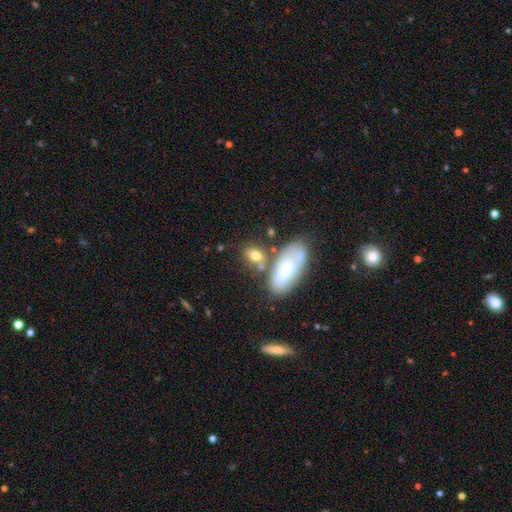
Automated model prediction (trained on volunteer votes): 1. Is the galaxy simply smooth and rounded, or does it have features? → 71% smooth, 20% featured or disk, 8% star or artifact.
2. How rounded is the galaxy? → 76% in between, 17% round, 6% cigar-shaped.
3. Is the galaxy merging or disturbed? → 52% none, 25% merger, 17% minor disturbance, 6% major disturbance.